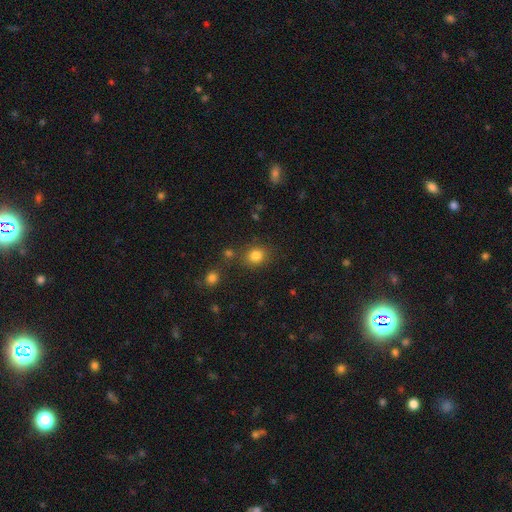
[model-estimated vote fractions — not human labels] Smooth or featured? smooth (82%)
How rounded? round (74%)
Merging? none (76%)